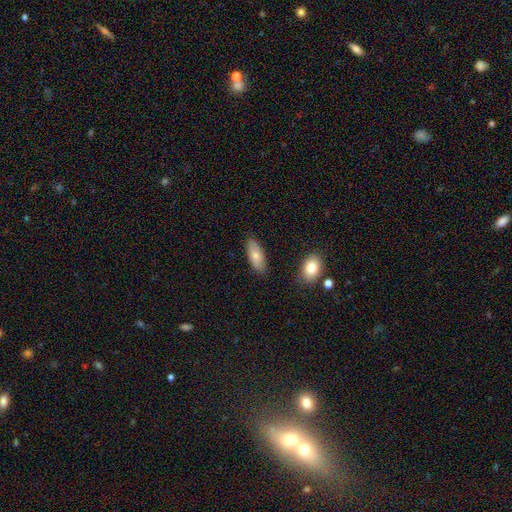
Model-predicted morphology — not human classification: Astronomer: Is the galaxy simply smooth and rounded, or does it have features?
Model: smooth — 74%.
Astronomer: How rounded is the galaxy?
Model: in between — 85%.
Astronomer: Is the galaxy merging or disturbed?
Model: none — 84%.